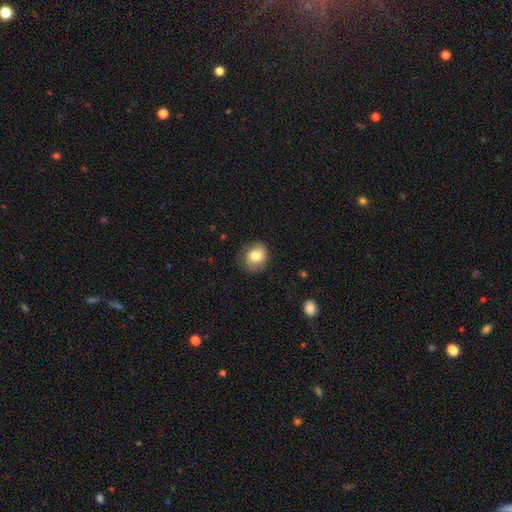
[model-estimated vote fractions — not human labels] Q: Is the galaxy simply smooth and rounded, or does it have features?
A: smooth — 79%.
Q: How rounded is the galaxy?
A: round — 73%.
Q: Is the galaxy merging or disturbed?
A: none — 77%.